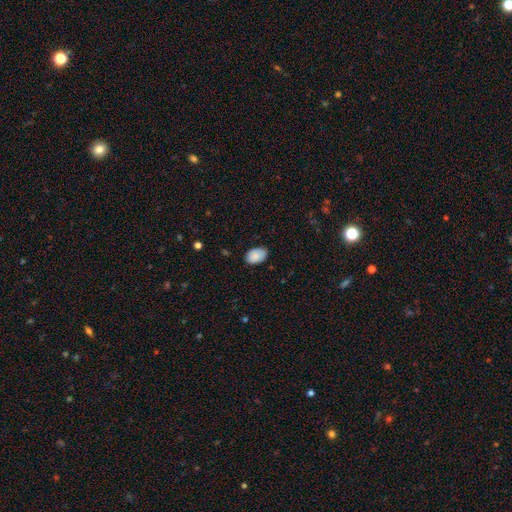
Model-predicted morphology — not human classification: Smooth or featured? Predicted: smooth (p=0.88). How rounded? Predicted: in between (p=0.89). Merging? Predicted: none (p=0.82).